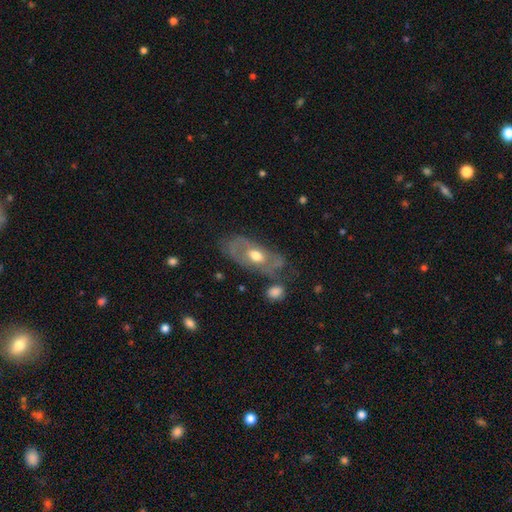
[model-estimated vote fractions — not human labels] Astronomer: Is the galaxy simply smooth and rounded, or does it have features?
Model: featured or disk — 62%.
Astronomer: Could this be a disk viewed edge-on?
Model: no — 84%.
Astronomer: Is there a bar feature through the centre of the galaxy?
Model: no — 75%.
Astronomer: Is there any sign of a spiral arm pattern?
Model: no — 55% (runner-up: yes, 45%).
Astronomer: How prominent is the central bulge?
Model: moderate — 72%.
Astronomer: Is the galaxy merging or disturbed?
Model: none — 59%.